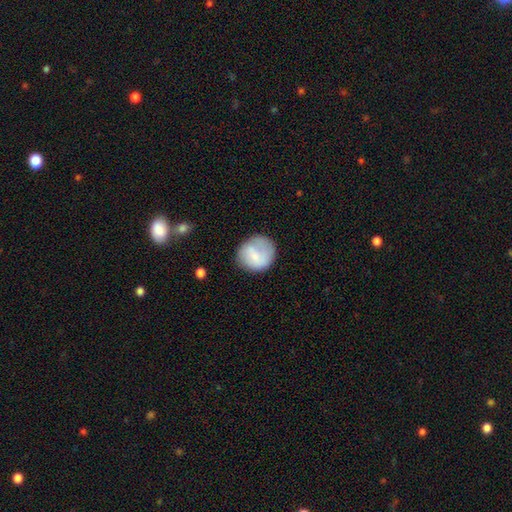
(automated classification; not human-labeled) Overall: smooth (71%). How rounded: round (85%). Merging: none (68%).